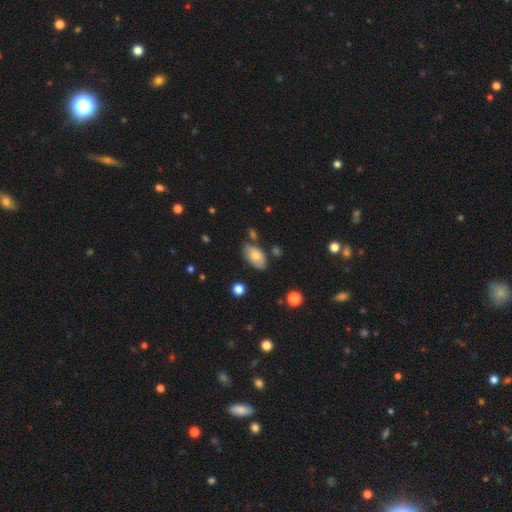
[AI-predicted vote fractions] Morphology: type=smooth (72%); roundness=in between (93%); merging=none (67%).